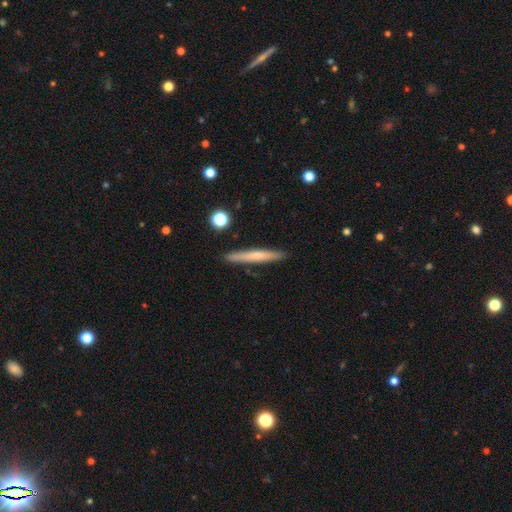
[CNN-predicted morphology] This appears to be a smooth galaxy with no disk features (60%) that is cigar-shaped (96%). Merging: none (90%).